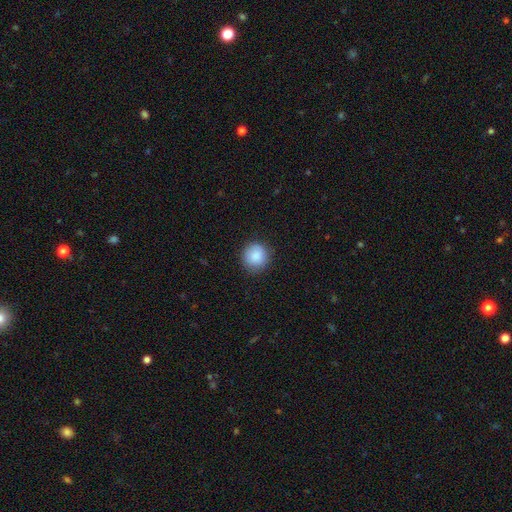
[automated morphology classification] smooth 88%, star or artifact 8%, featured or disk 4%. Down the decision tree: how rounded — round (91%); merging — none (86%).